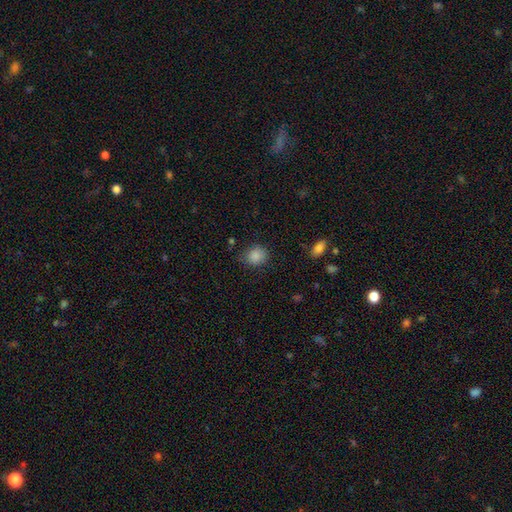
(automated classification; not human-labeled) Q: Smooth or featured?
A: smooth (86%); runner-up: star or artifact (10%)
Q: How rounded?
A: round (71%); runner-up: in between (28%)
Q: Merging?
A: none (79%); runner-up: minor disturbance (15%)